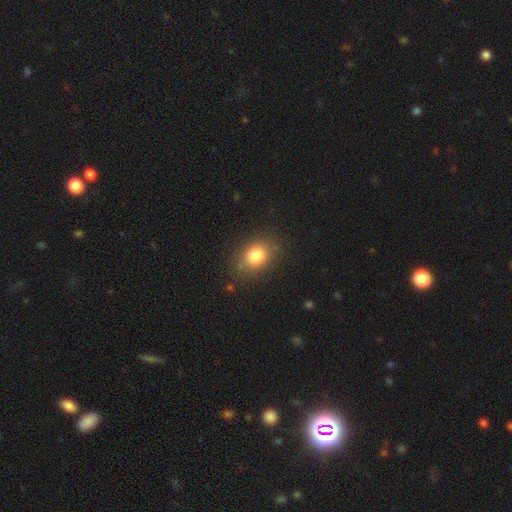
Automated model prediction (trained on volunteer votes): Morphology: type=smooth (81%); roundness=in between (63%); merging=none (81%).